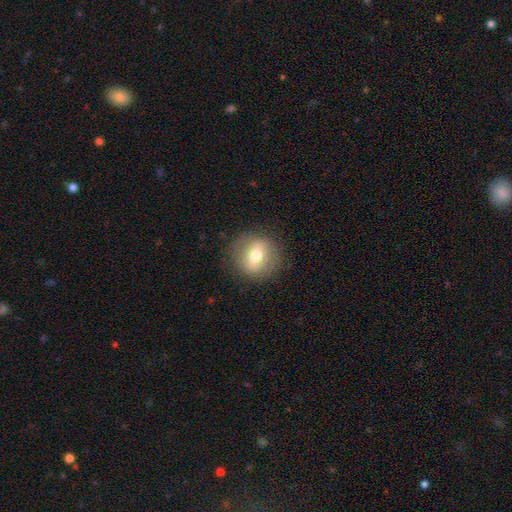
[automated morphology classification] A smooth galaxy with no disk features (57%) that is round (83%). Merging: none (85%).